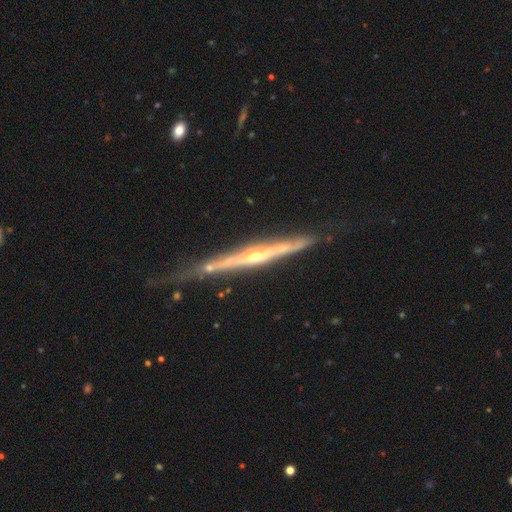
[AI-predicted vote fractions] This is clearly a featured or disk galaxy (85%). It is clearly viewed edge-on (96%). Edge-on bulge: likely rounded (64%). Merging: likely none (68%).